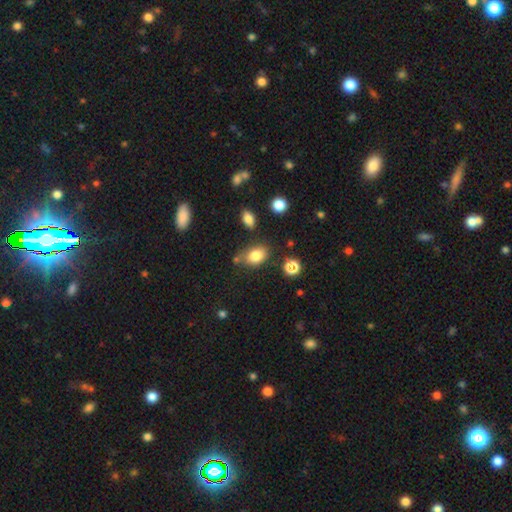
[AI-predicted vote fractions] The model was most divided on "merging": none: 66%, minor disturbance: 19%, merger: 10%, major disturbance: 6%. More confident: smooth or featured — smooth (82%); how rounded — in between (75%).